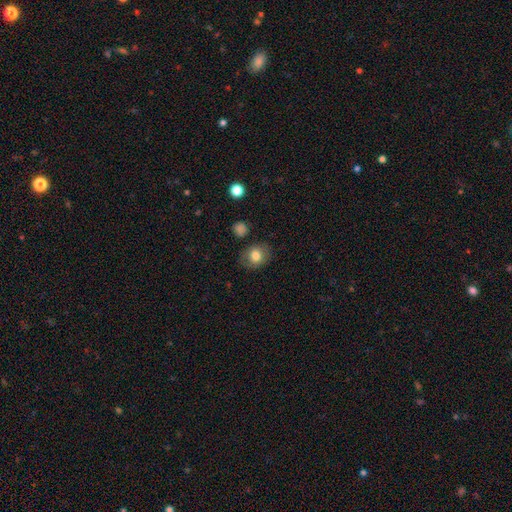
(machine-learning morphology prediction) Smooth or featured: smooth — 79% (featured or disk — 12%)
How rounded: round — 54% (in between — 45%)
Merging: none — 81% (minor disturbance — 13%)